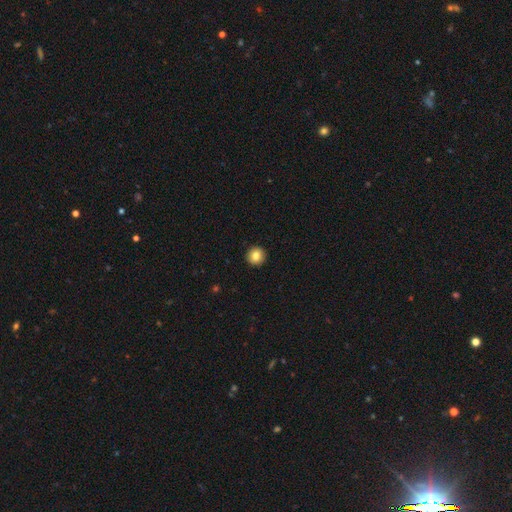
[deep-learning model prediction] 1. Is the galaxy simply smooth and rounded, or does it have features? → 85% smooth, 9% star or artifact, 6% featured or disk.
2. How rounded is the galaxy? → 95% round, 4% in between, 1% cigar-shaped.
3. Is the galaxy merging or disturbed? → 94% none, 4% minor disturbance, 1% major disturbance, 1% merger.